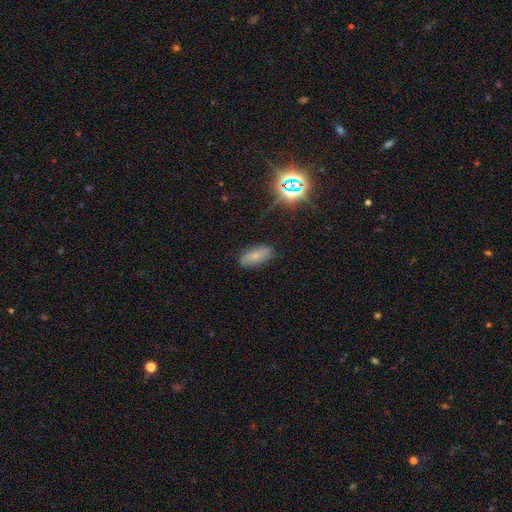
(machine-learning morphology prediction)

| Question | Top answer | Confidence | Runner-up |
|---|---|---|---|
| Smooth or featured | smooth | 68% | featured or disk (17%) |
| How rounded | in between | 83% | cigar-shaped (13%) |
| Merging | none | 82% | minor disturbance (14%) |